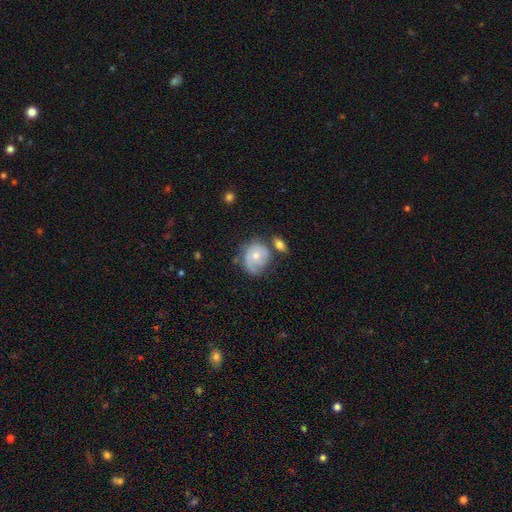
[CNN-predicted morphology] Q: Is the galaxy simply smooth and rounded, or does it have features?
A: featured or disk — 51%.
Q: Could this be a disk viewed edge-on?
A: no — 96%.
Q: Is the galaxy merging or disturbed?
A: none — 45%.